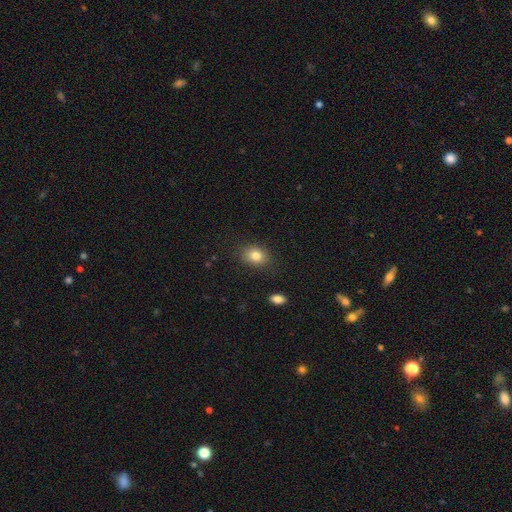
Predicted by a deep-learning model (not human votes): A smooth galaxy with no disk features (82%) that is in between round and cigar-shaped (56%). Merging: none (84%).